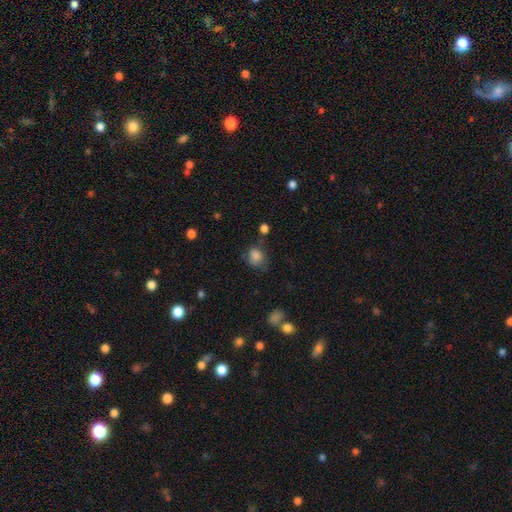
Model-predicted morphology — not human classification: This appears to be a smooth galaxy with no disk features (83%) that is round (65%). Merging: none (61%).